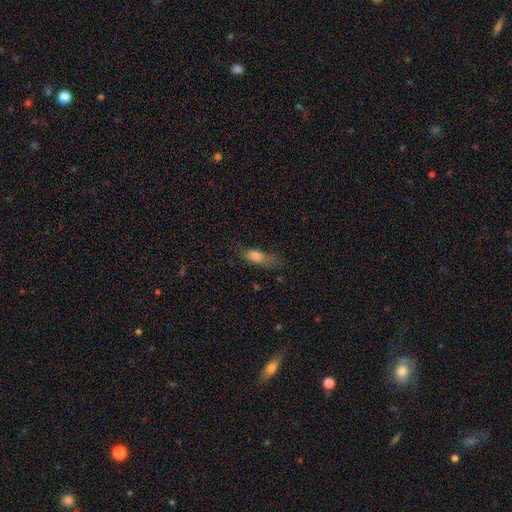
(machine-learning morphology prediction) Overall: smooth (62%). How rounded: in between (55%; cigar-shaped 38%). Merging: none (50%; minor disturbance 26%).